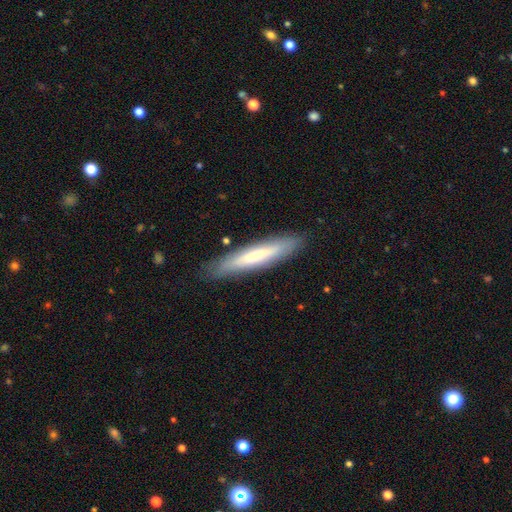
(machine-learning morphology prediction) smooth 57%, featured or disk 37%, star or artifact 6%. Down the decision tree: how rounded — cigar-shaped (87%); merging — none (85%).